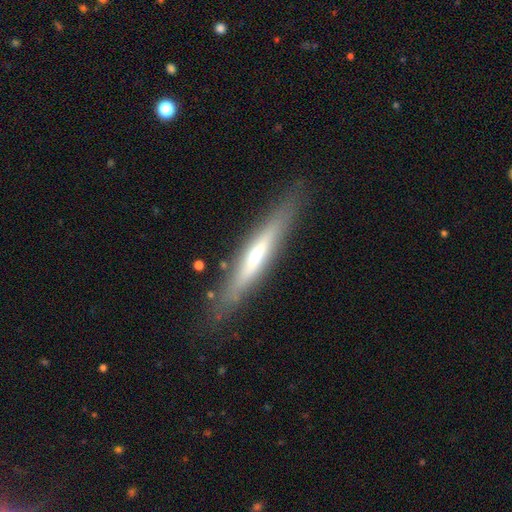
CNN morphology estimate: A featured or disk galaxy (57%) viewed edge-on (90%) with a rounded central bulge (61%). Merging: none (84%).